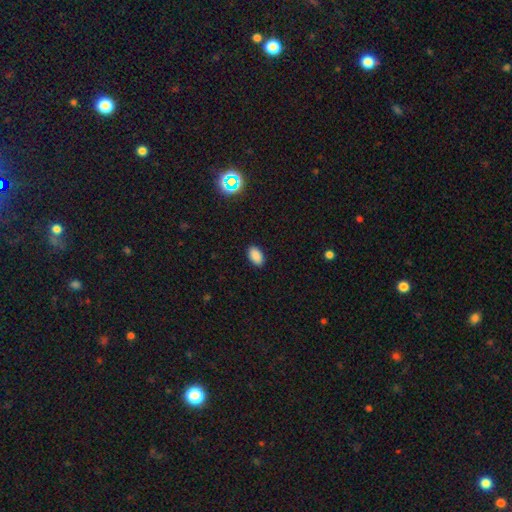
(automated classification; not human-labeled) This is clearly a smooth galaxy (87%). How rounded: clearly in between (92%). Merging: clearly none (89%).